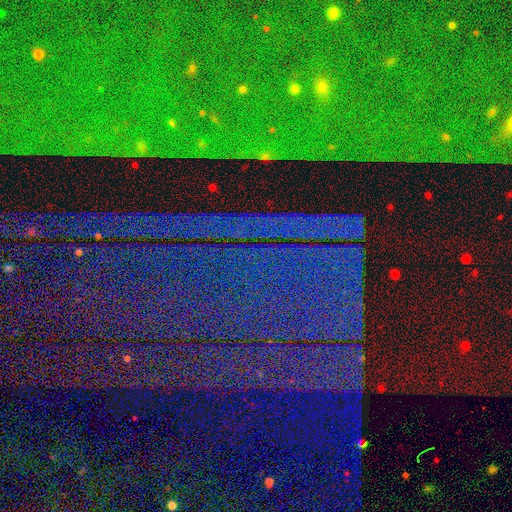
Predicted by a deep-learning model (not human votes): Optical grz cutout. It shows a star or artifact, not a galaxy (88%).